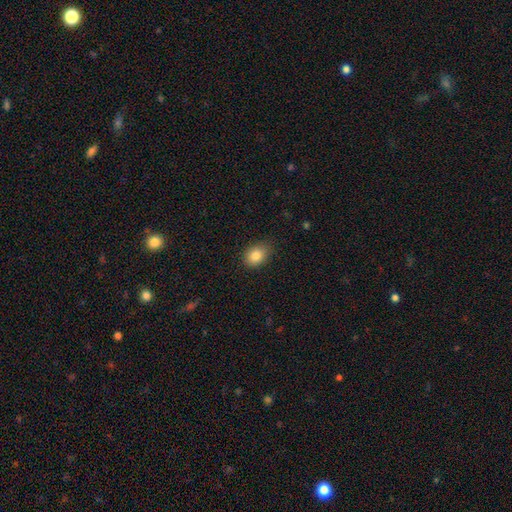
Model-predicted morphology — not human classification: Smooth or featured? Predicted: smooth (p=0.83). How rounded? Predicted: in between (p=0.61). Merging? Predicted: none (p=0.82).